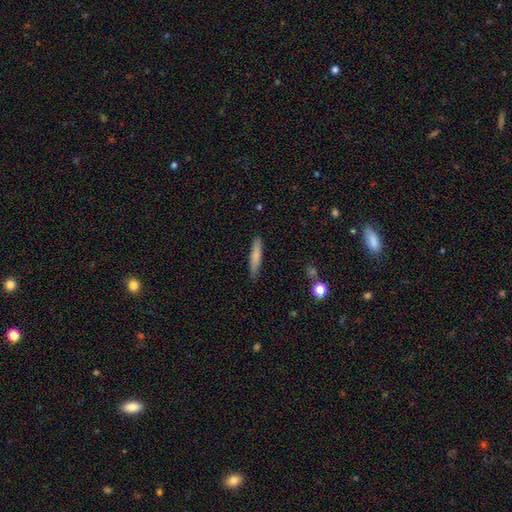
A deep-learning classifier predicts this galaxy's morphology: smooth_or_featured: smooth (p=0.75) [alt: featured or disk p=0.19]
how_rounded: cigar-shaped (p=0.89) [alt: in between p=0.10]
merging: none (p=0.86) [alt: minor disturbance p=0.10]